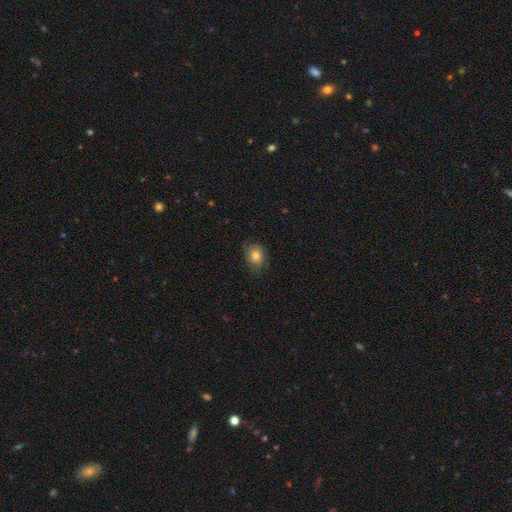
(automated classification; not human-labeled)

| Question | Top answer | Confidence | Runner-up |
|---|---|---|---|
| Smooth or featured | smooth | 79% | featured or disk (11%) |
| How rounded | in between | 52% | round (47%) |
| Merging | none | 72% | minor disturbance (21%) |